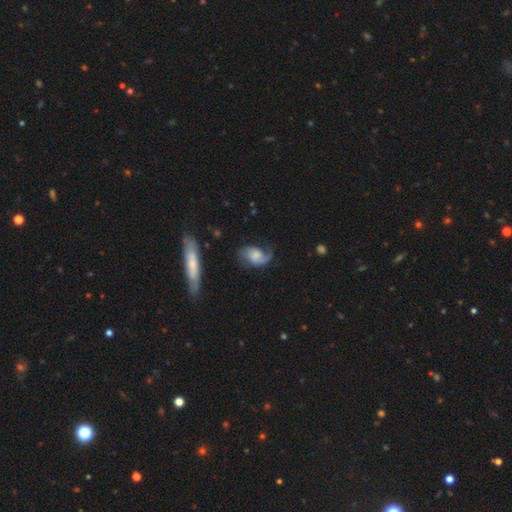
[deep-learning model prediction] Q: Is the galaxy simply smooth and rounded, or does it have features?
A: featured or disk — 71%.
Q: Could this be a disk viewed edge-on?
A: no — 96%.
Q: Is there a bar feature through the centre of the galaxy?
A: no — 61%.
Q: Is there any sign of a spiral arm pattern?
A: yes — 94%.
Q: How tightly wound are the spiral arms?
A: loose — 46%.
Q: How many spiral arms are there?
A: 2 — 60%.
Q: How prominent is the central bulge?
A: small — 32%.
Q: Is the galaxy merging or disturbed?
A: none — 54%.